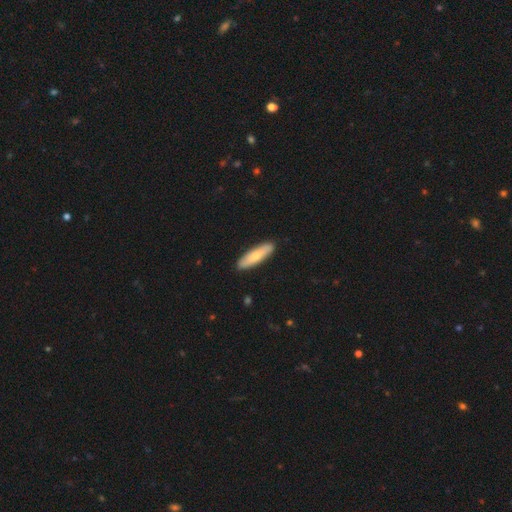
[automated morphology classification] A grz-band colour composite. It shows a smooth galaxy with no disk features (72%) that is cigar-shaped (72%). Merging: none (90%).